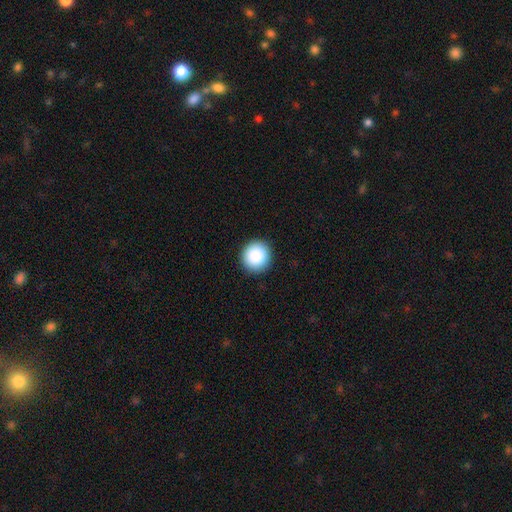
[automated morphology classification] A smooth galaxy with no disk features (89%) that is round (92%).

Vote fractions:
- Smooth or featured? smooth: 89% / star or artifact: 8% / featured or disk: 3%
- How rounded? round: 92% / in between: 7% / cigar-shaped: 1%
- Merging? none: 92% / minor disturbance: 5% / major disturbance: 2% / merger: 1%